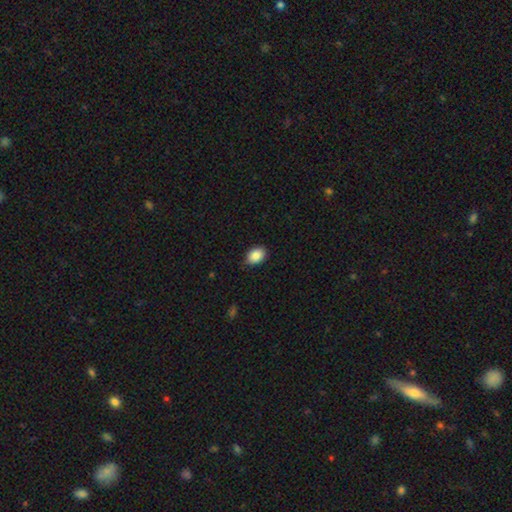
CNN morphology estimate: type=smooth (87%); roundness=in between (78%); merging=none (82%).